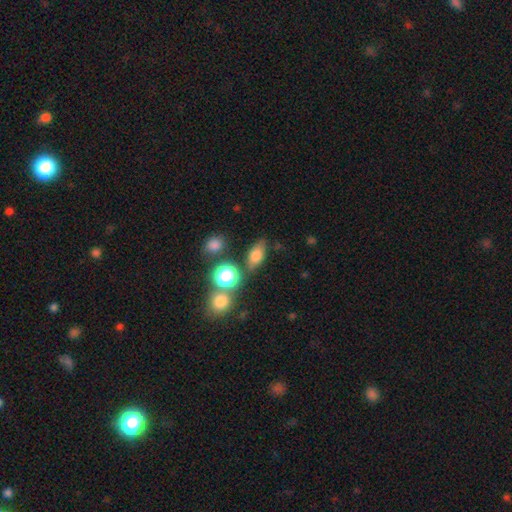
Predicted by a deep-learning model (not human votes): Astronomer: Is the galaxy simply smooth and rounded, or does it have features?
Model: smooth — 73%.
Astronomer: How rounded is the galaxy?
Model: in between — 73%.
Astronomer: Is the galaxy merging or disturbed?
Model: none — 72%.